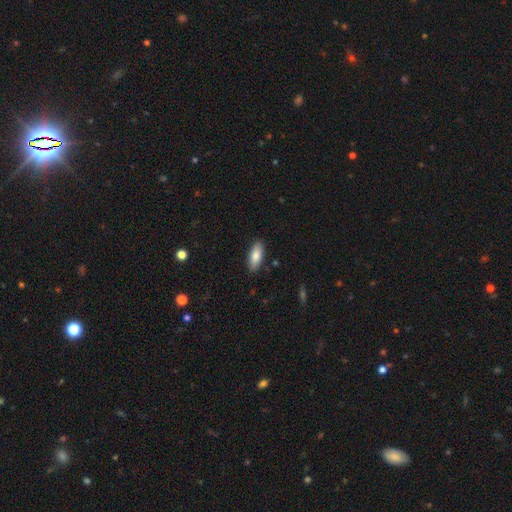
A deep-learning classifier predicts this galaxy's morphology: Smooth or featured: smooth — 83% (featured or disk — 11%)
How rounded: in between — 76% (cigar-shaped — 22%)
Merging: none — 87% (minor disturbance — 9%)